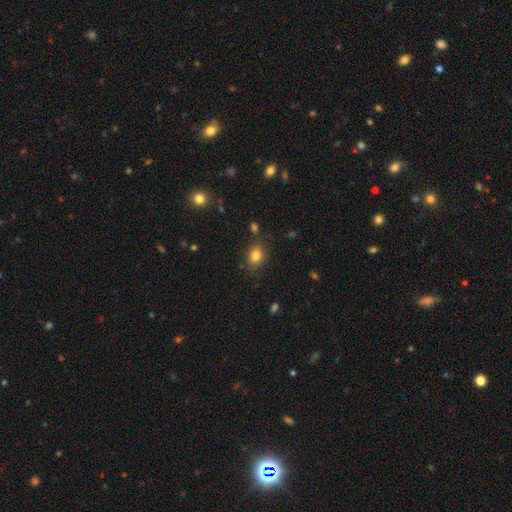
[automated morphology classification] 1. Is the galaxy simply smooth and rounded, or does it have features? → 82% smooth, 12% star or artifact, 7% featured or disk.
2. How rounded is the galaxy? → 51% in between, 48% round, 1% cigar-shaped.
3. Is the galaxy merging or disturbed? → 80% none, 13% minor disturbance, 4% major disturbance, 3% merger.